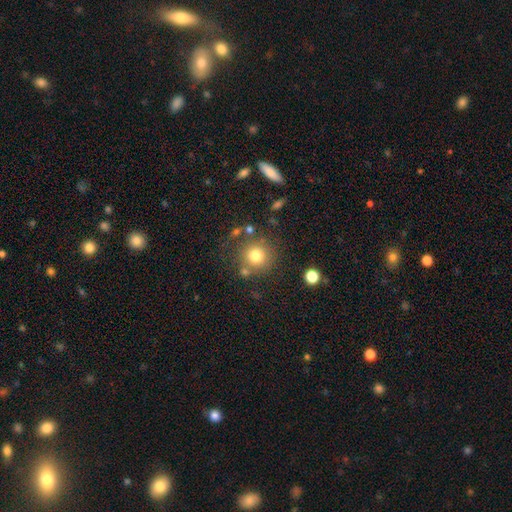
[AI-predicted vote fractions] smooth-or-featured: smooth: 77% | star or artifact: 12% | featured or disk: 10%
  how-rounded: round: 93% | in between: 6% | cigar-shaped: 1%
  merging: none: 75% | minor disturbance: 11% | merger: 9% | major disturbance: 5%